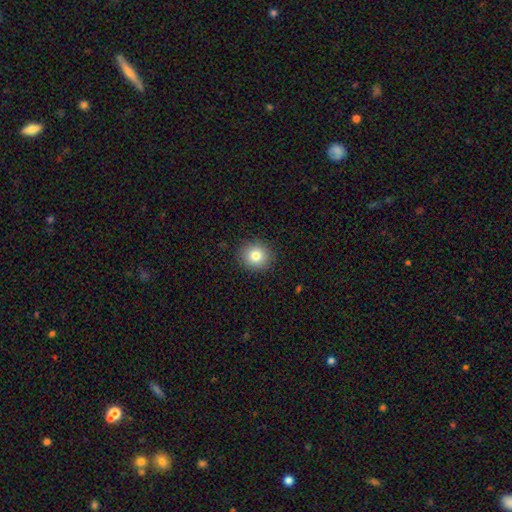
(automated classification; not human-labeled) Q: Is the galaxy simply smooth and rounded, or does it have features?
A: smooth — 81%.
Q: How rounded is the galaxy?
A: round — 87%.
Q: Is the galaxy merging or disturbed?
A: none — 91%.